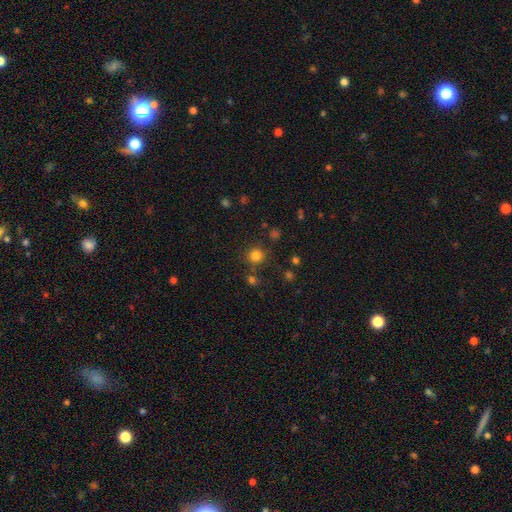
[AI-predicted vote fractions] A smooth galaxy with no disk features (79%) that is round (92%).

Vote fractions:
- Smooth or featured? smooth: 79% / star or artifact: 15% / featured or disk: 5%
- How rounded? round: 92% / in between: 7% / cigar-shaped: 1%
- Merging? none: 81% / minor disturbance: 8% / merger: 7% / major disturbance: 4%